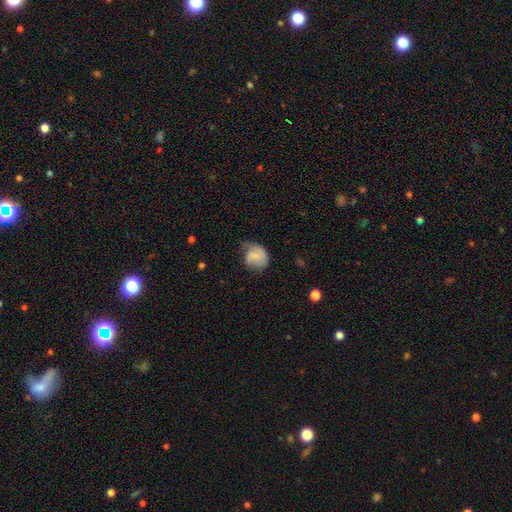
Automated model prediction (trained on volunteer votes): This appears to be a smooth galaxy with no disk features (62%) that is round (64%). Merging: none (40%).